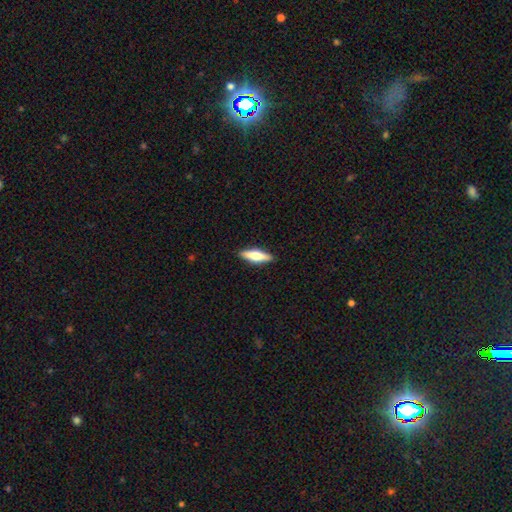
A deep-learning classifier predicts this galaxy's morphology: smooth 56%, featured or disk 38%, star or artifact 6%. Down the decision tree: how rounded — cigar-shaped (59%); merging — none (90%).